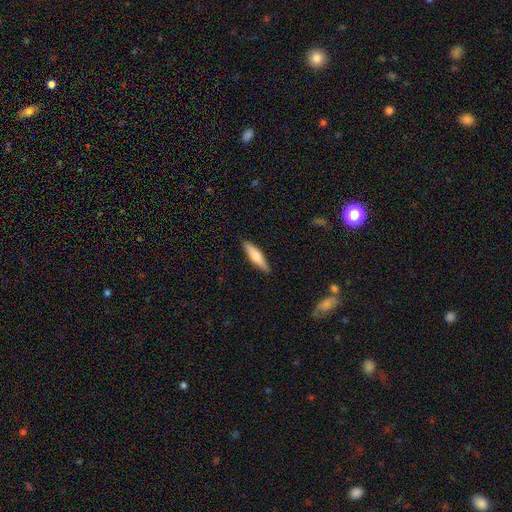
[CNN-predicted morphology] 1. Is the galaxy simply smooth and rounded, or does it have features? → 61% smooth, 33% featured or disk, 6% star or artifact.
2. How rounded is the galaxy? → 78% cigar-shaped, 20% in between, 2% round.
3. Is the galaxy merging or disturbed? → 89% none, 8% minor disturbance, 2% major disturbance, 1% merger.